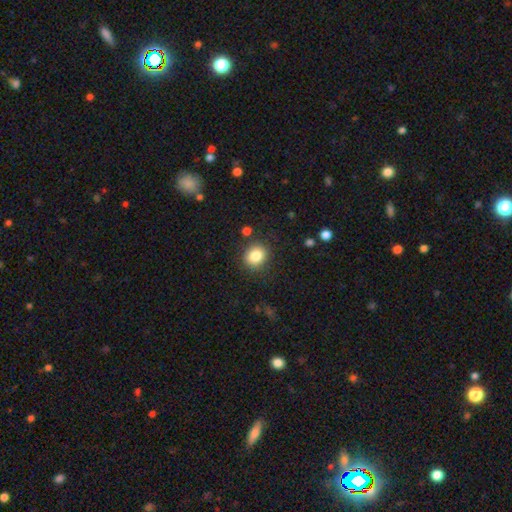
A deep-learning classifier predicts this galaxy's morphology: Overall: smooth (83%). How rounded: round (71%). Merging: none (84%).